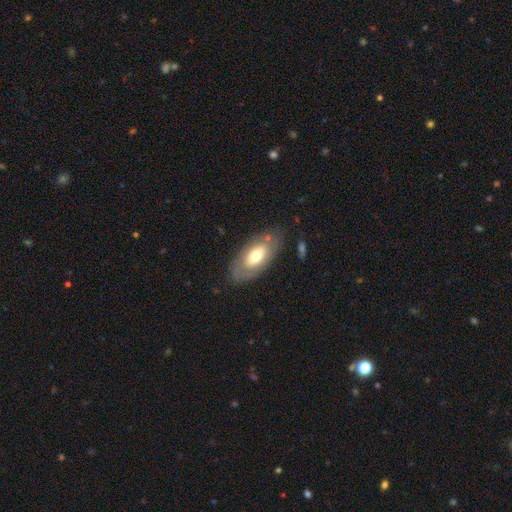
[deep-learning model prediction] A smooth galaxy with no disk features (57%) that is in between round and cigar-shaped (90%).

Vote fractions:
- Smooth or featured? smooth: 57% / featured or disk: 37% / star or artifact: 6%
- How rounded? in between: 90% / cigar-shaped: 6% / round: 3%
- Merging? none: 76% / minor disturbance: 16% / major disturbance: 6% / merger: 3%